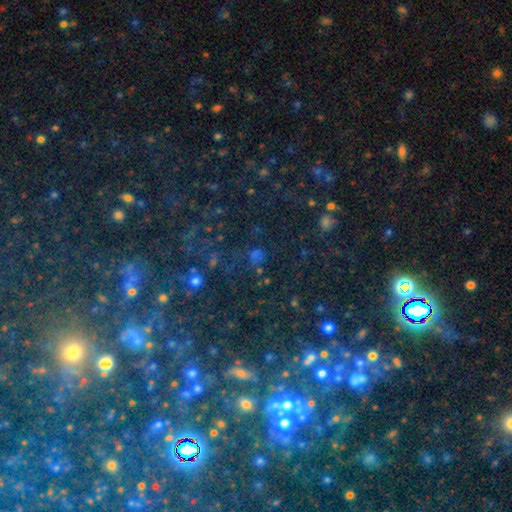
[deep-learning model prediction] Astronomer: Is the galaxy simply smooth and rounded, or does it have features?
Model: star or artifact — 67%.